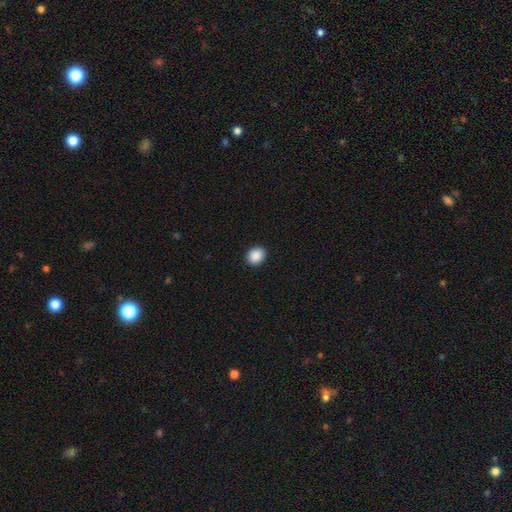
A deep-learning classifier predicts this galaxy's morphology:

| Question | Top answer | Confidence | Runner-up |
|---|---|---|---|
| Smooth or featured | smooth | 89% | star or artifact (8%) |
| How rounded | round | 60% | in between (39%) |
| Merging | none | 91% | minor disturbance (6%) |